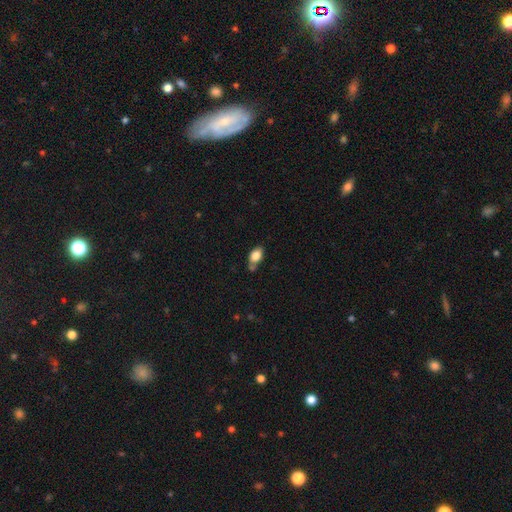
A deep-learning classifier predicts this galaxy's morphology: Smooth or featured? smooth (81%)
How rounded? in between (87%)
Merging? none (56%)